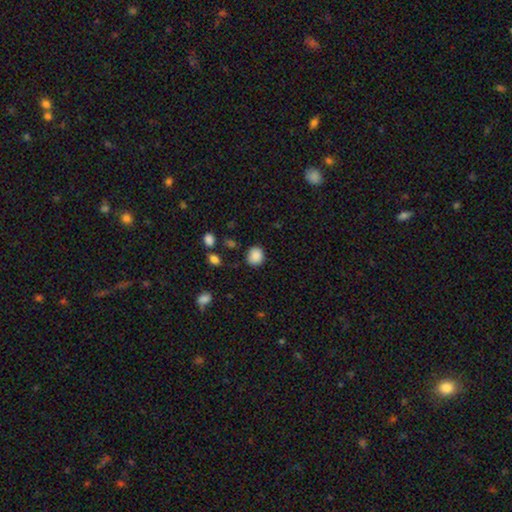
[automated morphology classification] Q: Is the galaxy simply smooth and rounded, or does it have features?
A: smooth — 87%.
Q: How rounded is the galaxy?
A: round — 73%.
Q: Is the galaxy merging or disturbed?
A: none — 81%.